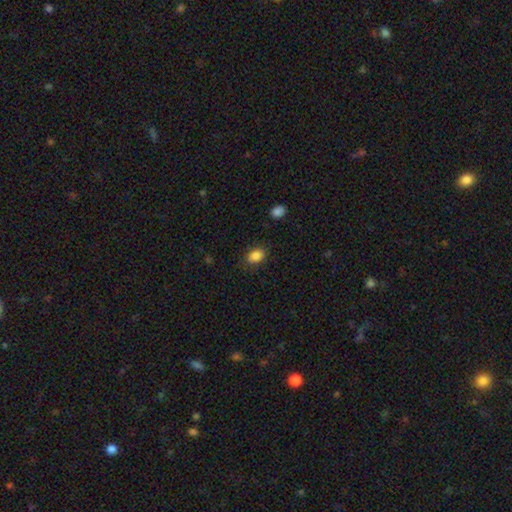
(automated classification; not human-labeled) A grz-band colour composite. It shows a smooth galaxy with no disk features (87%) that is in between round and cigar-shaped (81%). Merging: none (83%).